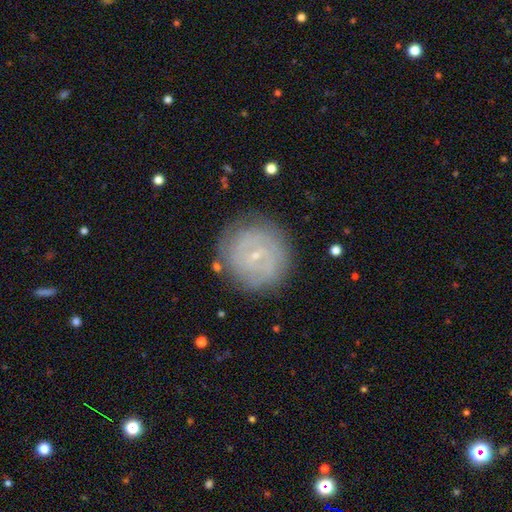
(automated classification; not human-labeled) Overall: featured or disk (66%). Edge-on disk: no (97%). Bar: no (50%; weak 40%). Spiral arms: yes (82%). Spiral arm count: can't tell (45%; 2 28%). Spiral winding: tight (71%). Bulge size: small (86%). Merging: none (81%).